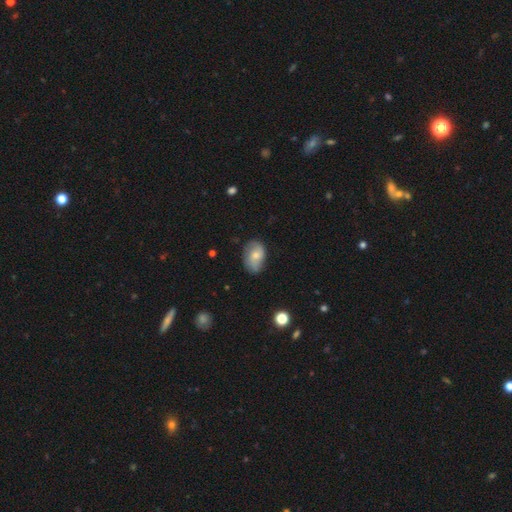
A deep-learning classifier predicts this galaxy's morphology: A smooth galaxy with no disk features (56%) that is in between round and cigar-shaped (84%). Merging: none (63%).